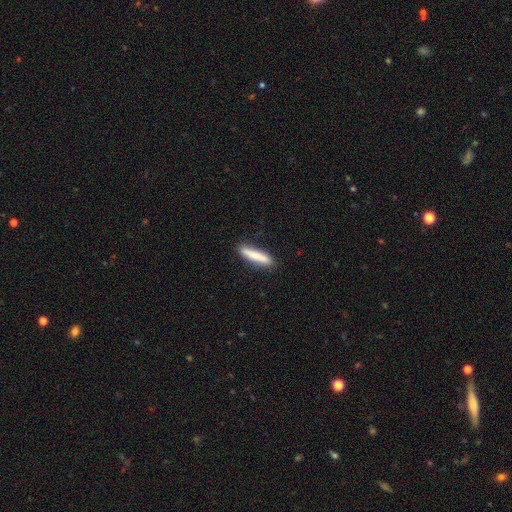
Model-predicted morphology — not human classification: Smooth or featured? smooth (80%)
How rounded? cigar-shaped (88%)
Merging? none (88%)